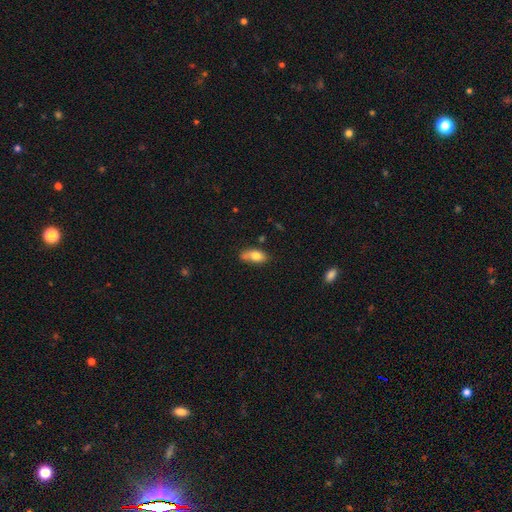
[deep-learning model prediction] Morphology: type=smooth (77%); roundness=in between (85%); merging=none (54%).